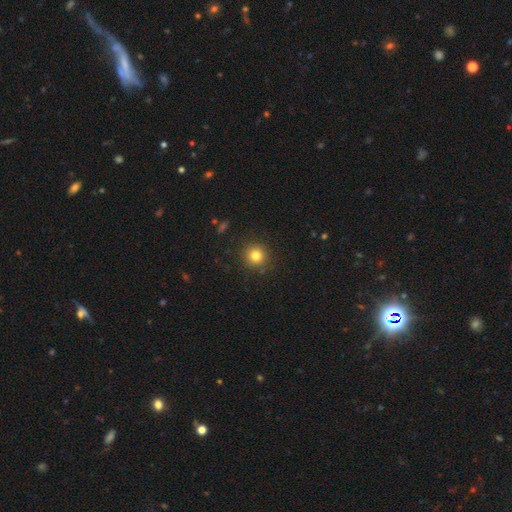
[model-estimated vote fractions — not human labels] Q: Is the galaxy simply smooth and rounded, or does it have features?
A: smooth — 80%.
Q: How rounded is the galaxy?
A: round — 94%.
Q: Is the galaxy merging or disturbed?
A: none — 90%.